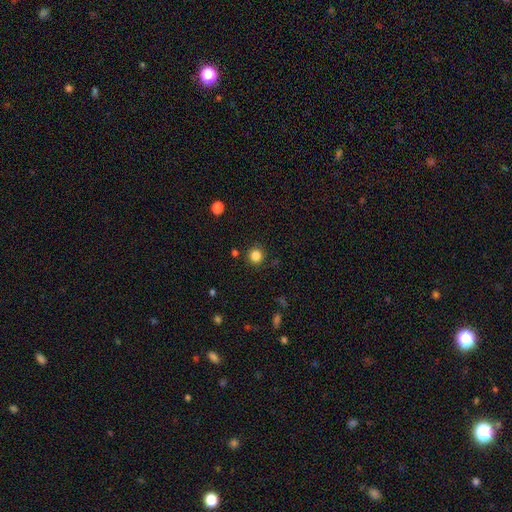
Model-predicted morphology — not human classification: Smooth or featured?
  - smooth: 84% *
  - star or artifact: 12%
  - featured or disk: 4%
How rounded?
  - round: 94% *
  - in between: 5%
  - cigar-shaped: 1%
Merging?
  - none: 89% *
  - minor disturbance: 7%
  - major disturbance: 2%
  - merger: 2%